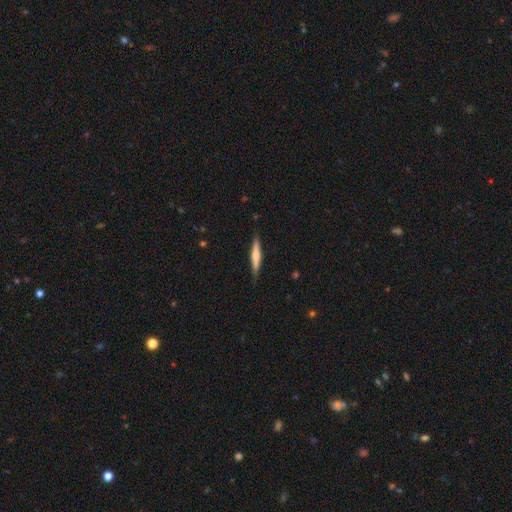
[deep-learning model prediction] Smooth or featured? Predicted: smooth (p=0.49). Merging? Predicted: none (p=0.88).